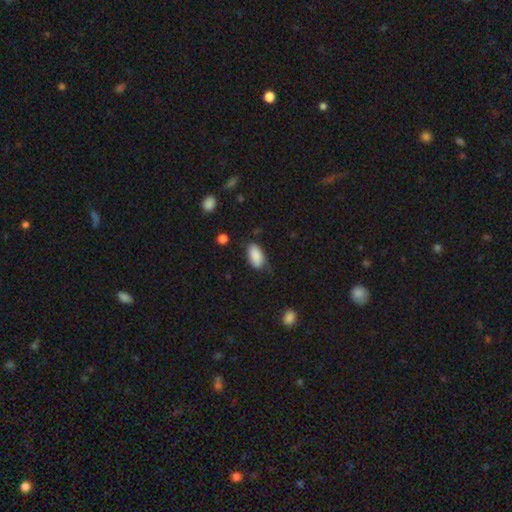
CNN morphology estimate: type=smooth (87%); roundness=in between (94%); merging=none (66%).